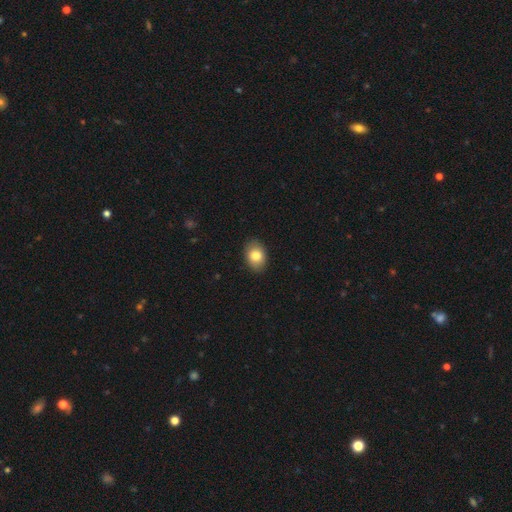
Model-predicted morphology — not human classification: smooth-or-featured: smooth: 83% | featured or disk: 10% | star or artifact: 8%
  how-rounded: in between: 76% | round: 23% | cigar-shaped: 1%
  merging: none: 88% | minor disturbance: 9% | major disturbance: 2% | merger: 1%